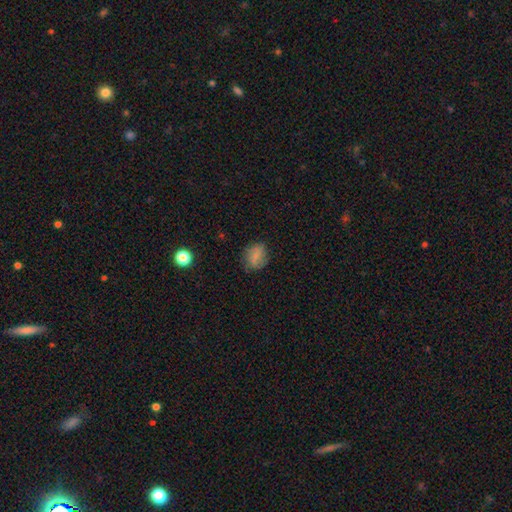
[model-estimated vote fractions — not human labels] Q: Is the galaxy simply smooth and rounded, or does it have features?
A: smooth — 68%.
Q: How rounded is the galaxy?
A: round — 58%.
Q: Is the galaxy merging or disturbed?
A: none — 73%.